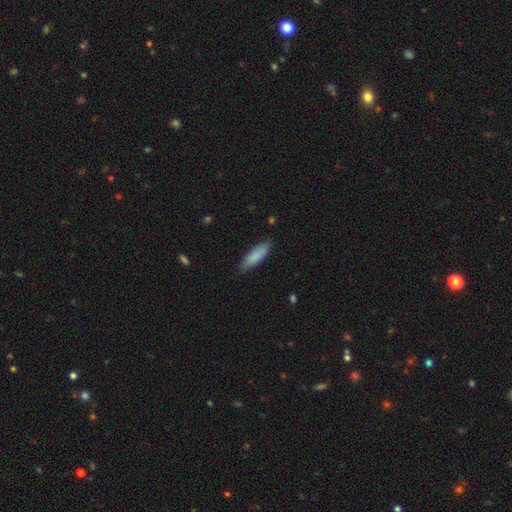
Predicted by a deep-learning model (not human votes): A smooth galaxy with no disk features (85%) that is cigar-shaped (52%).

Vote fractions:
- Smooth or featured? smooth: 85% / featured or disk: 10% / star or artifact: 6%
- How rounded? cigar-shaped: 52% / in between: 47% / round: 1%
- Merging? none: 81% / minor disturbance: 15% / major disturbance: 2% / merger: 1%